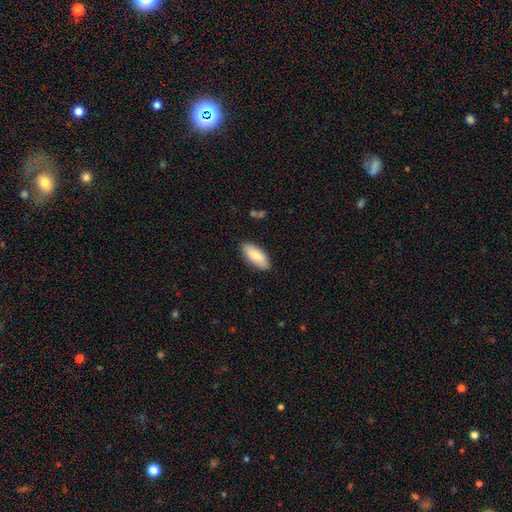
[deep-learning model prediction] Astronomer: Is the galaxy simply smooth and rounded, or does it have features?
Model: smooth — 81%.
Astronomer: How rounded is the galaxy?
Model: in between — 86%.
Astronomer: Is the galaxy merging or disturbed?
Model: none — 86%.